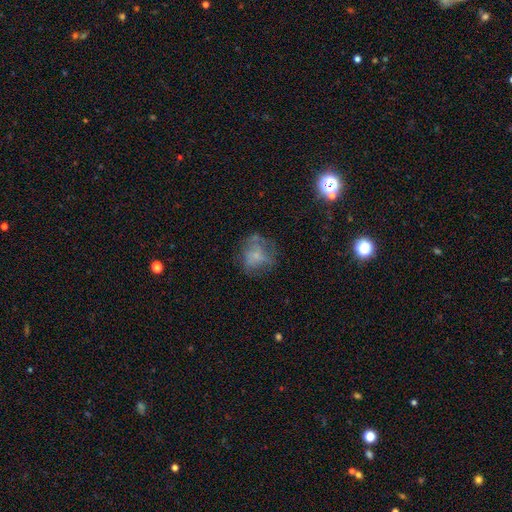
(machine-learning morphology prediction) smooth_or_featured: smooth (p=0.46) [alt: featured or disk p=0.41]
merging: none (p=0.55) [alt: major disturbance p=0.21]